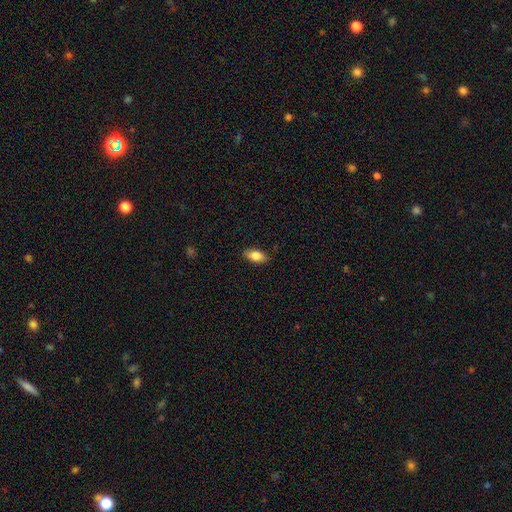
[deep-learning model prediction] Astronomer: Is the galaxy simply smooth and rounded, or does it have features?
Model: smooth — 79%.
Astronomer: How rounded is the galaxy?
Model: in between — 87%.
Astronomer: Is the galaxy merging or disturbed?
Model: none — 86%.